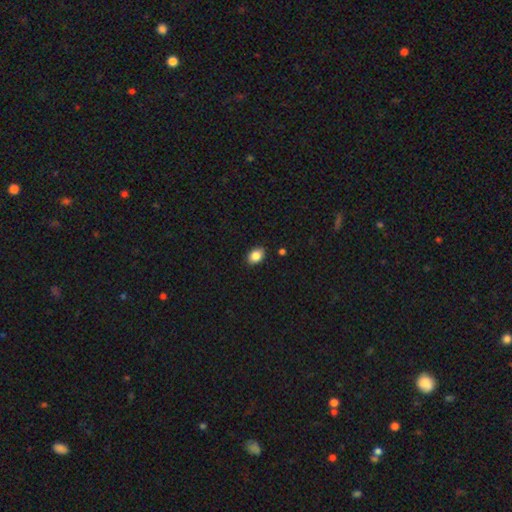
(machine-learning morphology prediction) Overall: smooth (86%). How rounded: in between (76%). Merging: none (88%).